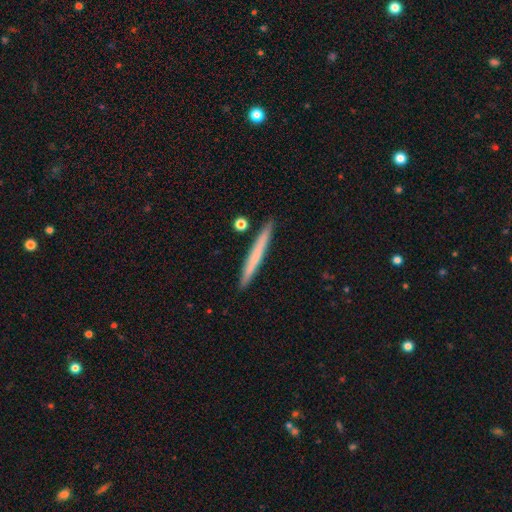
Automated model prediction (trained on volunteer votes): smooth-or-featured: smooth: 60% | featured or disk: 34% | star or artifact: 6%
  how-rounded: cigar-shaped: 97% | in between: 2% | round: 1%
  merging: none: 90% | minor disturbance: 7% | merger: 2% | major disturbance: 1%